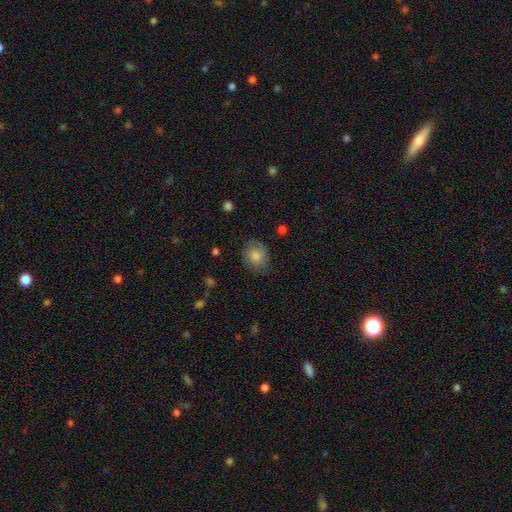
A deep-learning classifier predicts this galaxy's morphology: A smooth galaxy with no disk features (75%) that is round (63%). Merging: none (74%).